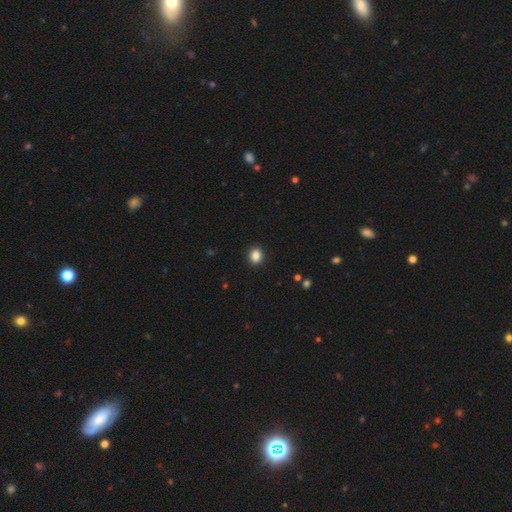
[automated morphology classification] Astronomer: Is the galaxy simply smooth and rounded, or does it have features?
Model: smooth — 86%.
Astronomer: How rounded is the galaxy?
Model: round — 65%.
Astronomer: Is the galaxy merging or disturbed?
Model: none — 91%.